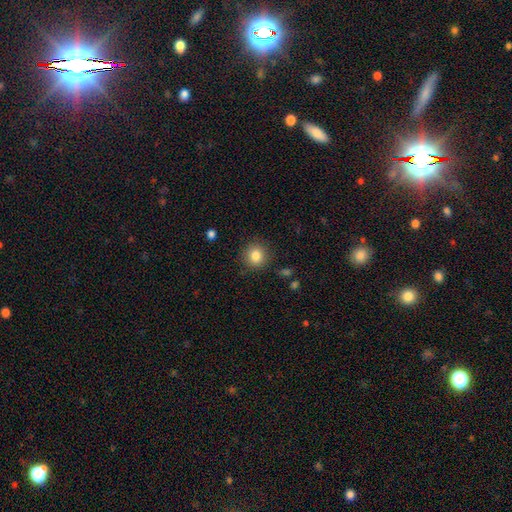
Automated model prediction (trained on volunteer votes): smooth_or_featured: smooth (p=0.83) [alt: star or artifact p=0.10]
how_rounded: round (p=0.89) [alt: in between p=0.10]
merging: none (p=0.89) [alt: minor disturbance p=0.07]